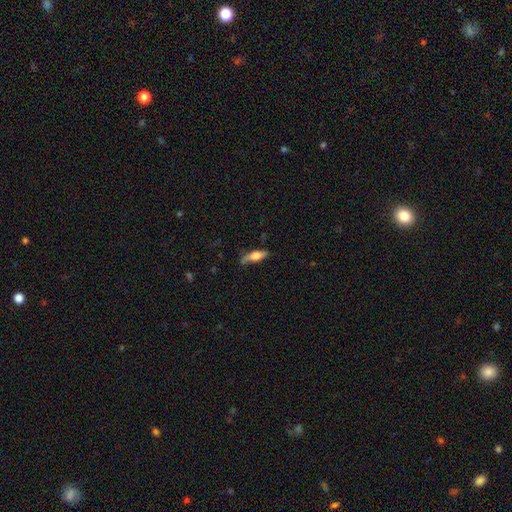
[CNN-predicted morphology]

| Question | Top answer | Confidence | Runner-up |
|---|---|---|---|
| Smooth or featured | smooth | 59% | featured or disk (34%) |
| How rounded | in between | 49% | cigar-shaped (48%) |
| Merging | none | 64% | minor disturbance (27%) |